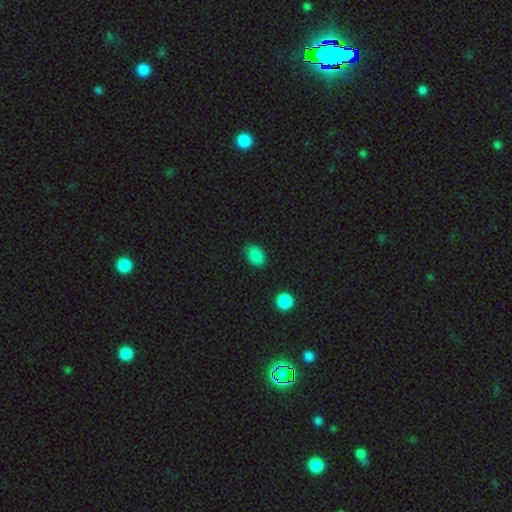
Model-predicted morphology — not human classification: A smooth galaxy with no disk features (87%) that is in between round and cigar-shaped (81%).

Vote fractions:
- Smooth or featured? smooth: 87% / star or artifact: 10% / featured or disk: 3%
- How rounded? in between: 81% / round: 18% / cigar-shaped: 1%
- Merging? none: 82% / minor disturbance: 13% / major disturbance: 3% / merger: 2%